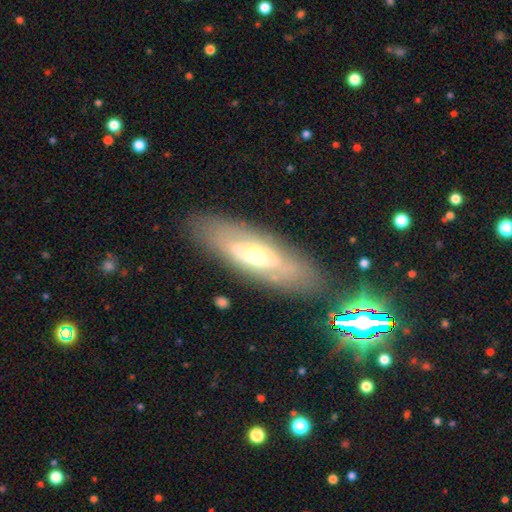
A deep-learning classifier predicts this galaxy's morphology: type=featured or disk (58%); edge-on=no (63%); merging=none (81%).